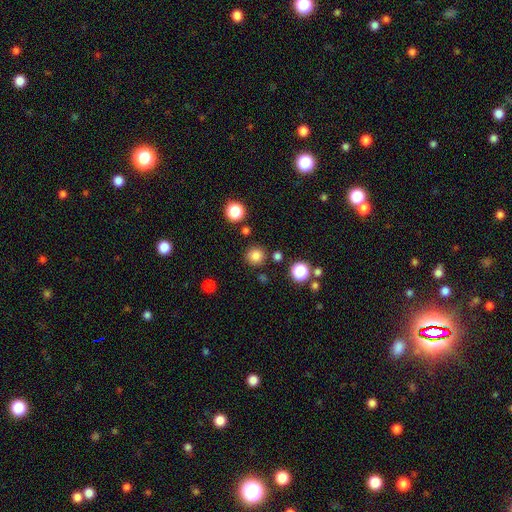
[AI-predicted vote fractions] A smooth galaxy with no disk features (82%) that is round (94%). Merging: none (88%).